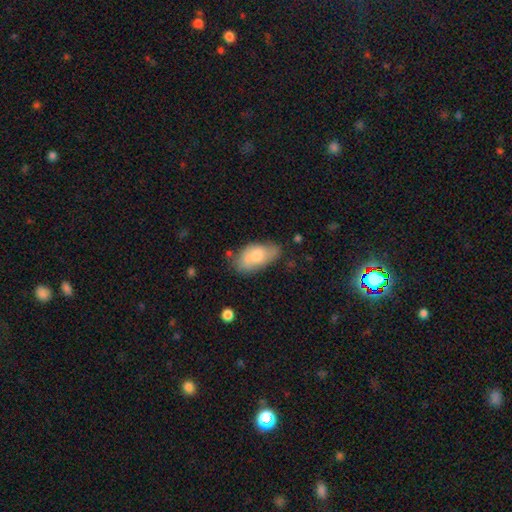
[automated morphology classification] This appears to be a smooth galaxy with no disk features (69%) that is in between round and cigar-shaped (92%). Merging: none (51%).